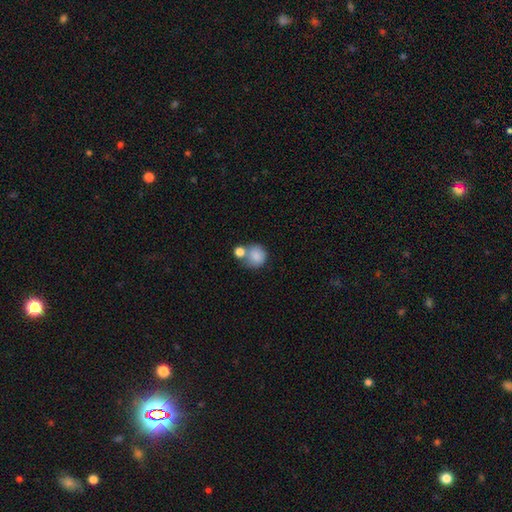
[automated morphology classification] smooth-or-featured: smooth: 84% | star or artifact: 9% | featured or disk: 7%
  how-rounded: round: 86% | in between: 13% | cigar-shaped: 1%
  merging: none: 48% | merger: 34% | minor disturbance: 12% | major disturbance: 5%